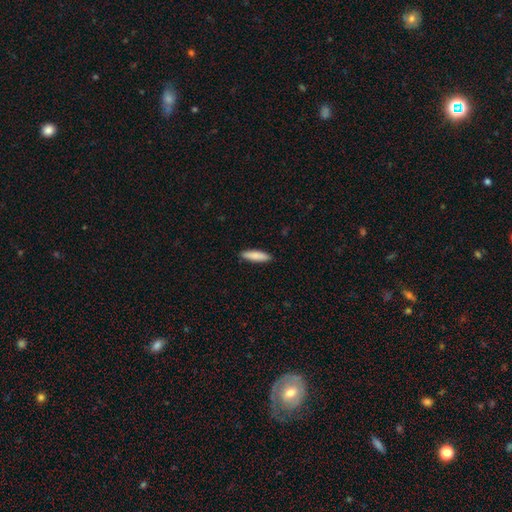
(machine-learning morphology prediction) The model was most divided on "how rounded": cigar-shaped: 66%, in between: 33%, round: 1%. More confident: merging — none (90%); smooth or featured — smooth (86%).